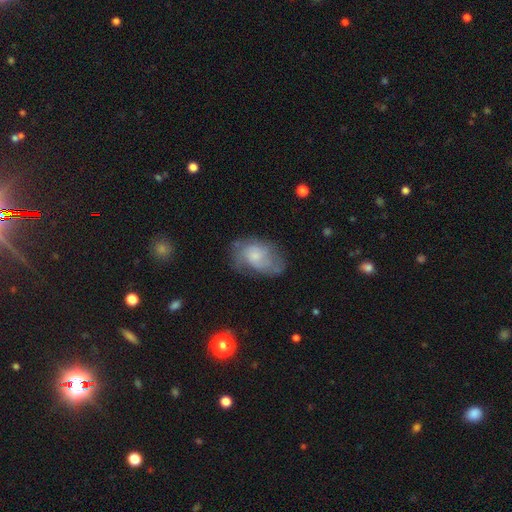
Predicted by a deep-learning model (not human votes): Smooth or featured? featured or disk (47%)
Merging? none (50%)